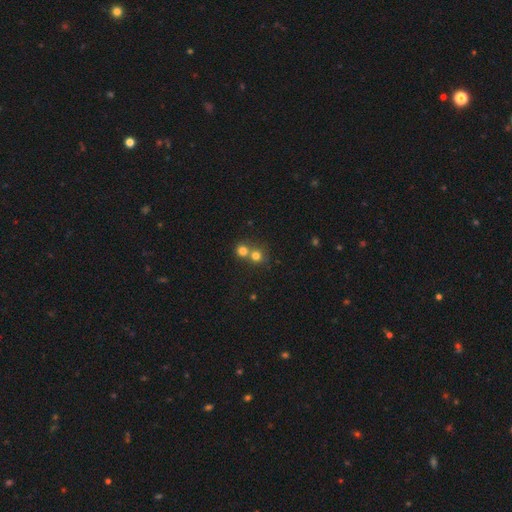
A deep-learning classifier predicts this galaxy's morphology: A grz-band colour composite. It shows a smooth galaxy with no disk features (75%) that is round (88%). Merging: merger (51%).